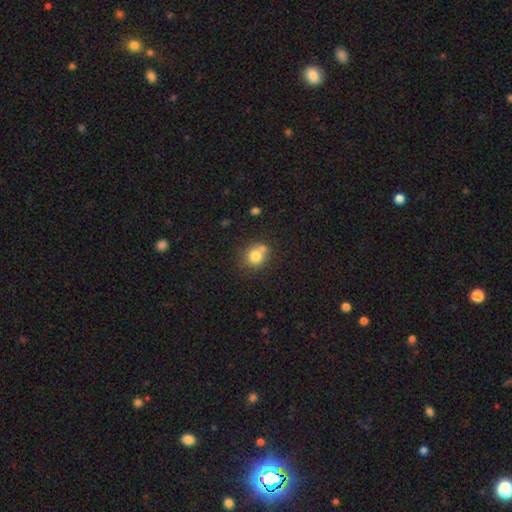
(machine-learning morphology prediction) type=smooth (78%); roundness=round (79%); merging=none (54%).